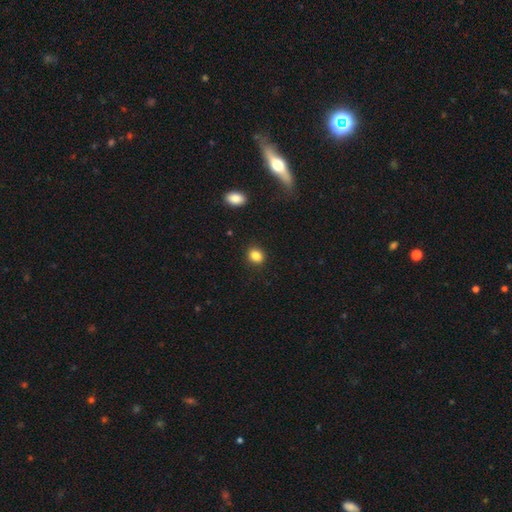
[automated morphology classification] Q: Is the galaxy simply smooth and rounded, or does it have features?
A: smooth — 85%.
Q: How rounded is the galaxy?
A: round — 62%.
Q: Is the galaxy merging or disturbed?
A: none — 90%.